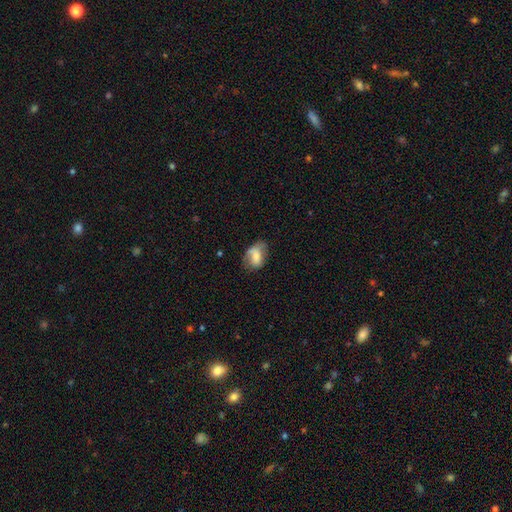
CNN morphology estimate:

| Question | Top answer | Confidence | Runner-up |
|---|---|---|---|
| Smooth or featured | smooth | 59% | featured or disk (33%) |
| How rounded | in between | 81% | round (17%) |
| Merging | none | 46% | minor disturbance (32%) |